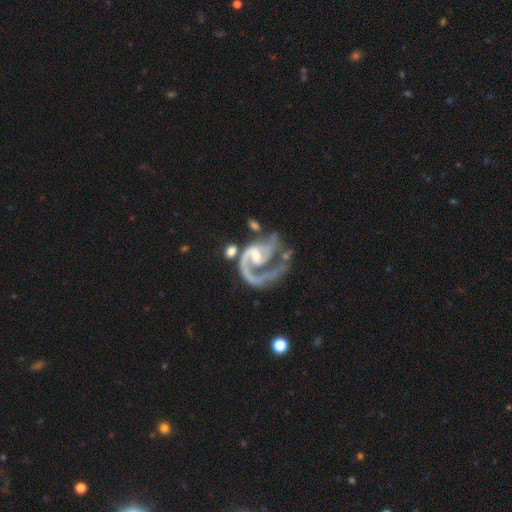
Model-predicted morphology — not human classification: smooth-or-featured: featured or disk: 92% | star or artifact: 4% | smooth: 4%
  disk-edge-on: no: 98% | yes: 2%
    bar: weak: 46% | no: 36% | strong: 18%
    has-spiral-arms: yes: 97% | no: 3%
      spiral-winding: medium: 51% | tight: 25% | loose: 24%
      spiral-arm-count: 2: 52% | 1: 38% | can't tell: 4% | 3: 4% | 4: 2% | more than 4: 2%
    bulge-size: small: 51% | moderate: 39% | none: 5% | large: 3% | dominant: 1%
  merging: major disturbance: 36% | none: 32% | minor disturbance: 17% | merger: 14%